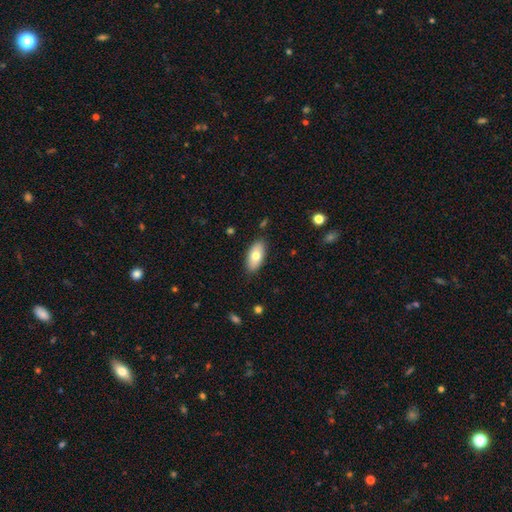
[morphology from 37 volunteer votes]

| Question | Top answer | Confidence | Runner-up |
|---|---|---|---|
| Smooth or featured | smooth | 86% | featured or disk (14%) |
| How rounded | in between | 91% | cigar-shaped (9%) |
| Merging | none | 84% | major disturbance (11%) |